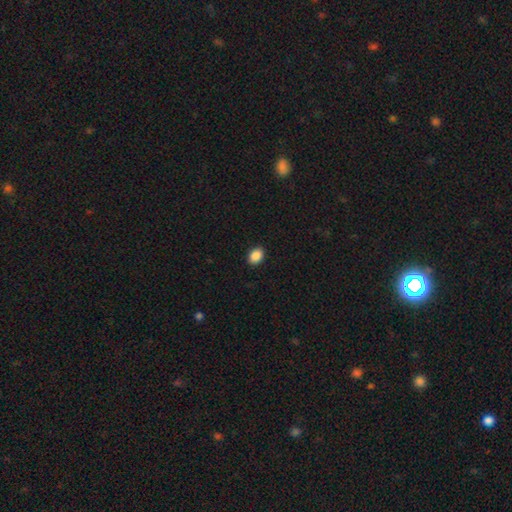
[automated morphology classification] This is clearly a smooth galaxy (89%). How rounded: likely in between (72%). Merging: clearly none (91%).